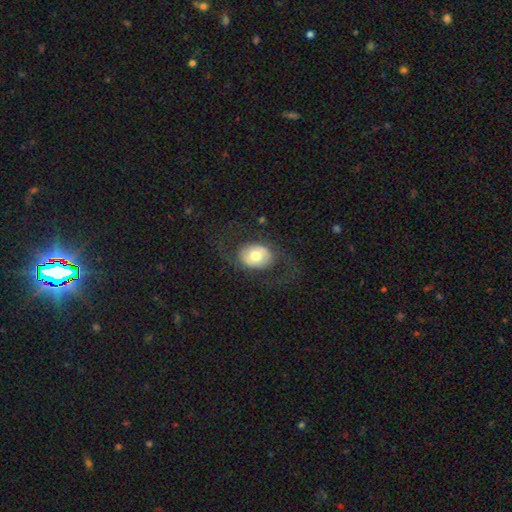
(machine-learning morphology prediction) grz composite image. It shows a featured or disk galaxy (51%). Merging: none (67%).